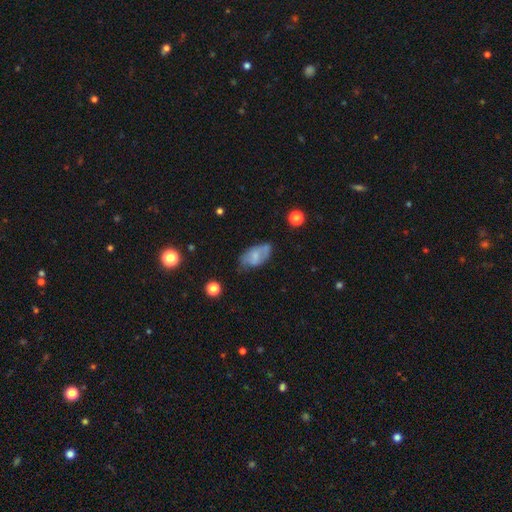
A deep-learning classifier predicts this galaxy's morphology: Q: Smooth or featured?
A: smooth (58%); runner-up: featured or disk (34%)
Q: How rounded?
A: in between (92%); runner-up: round (5%)
Q: Merging?
A: none (52%); runner-up: minor disturbance (32%)